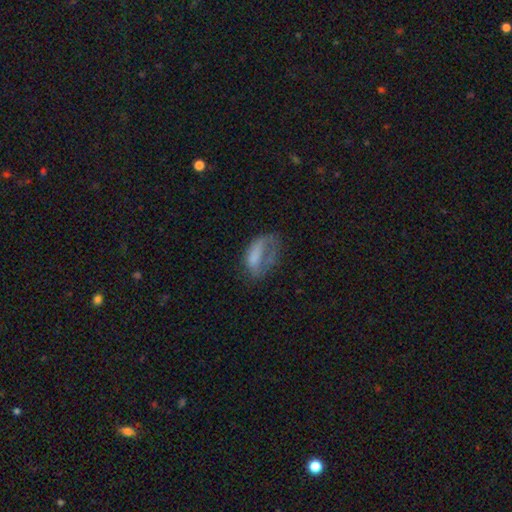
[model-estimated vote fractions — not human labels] This appears to be a smooth galaxy with no disk features (56%) that is in between round and cigar-shaped (88%). Merging: major disturbance (48%).